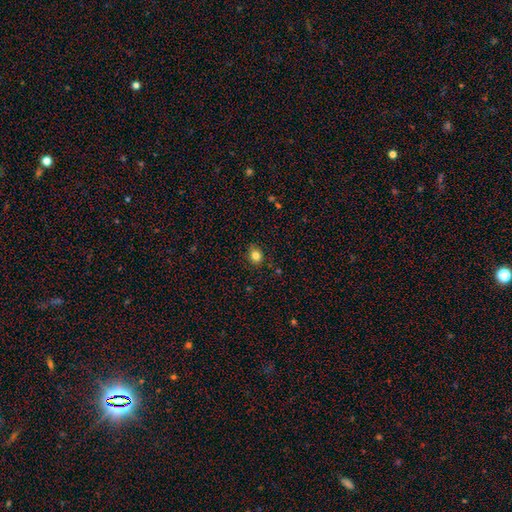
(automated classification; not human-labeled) A smooth galaxy with no disk features (82%) that is round (69%). Merging: none (88%).